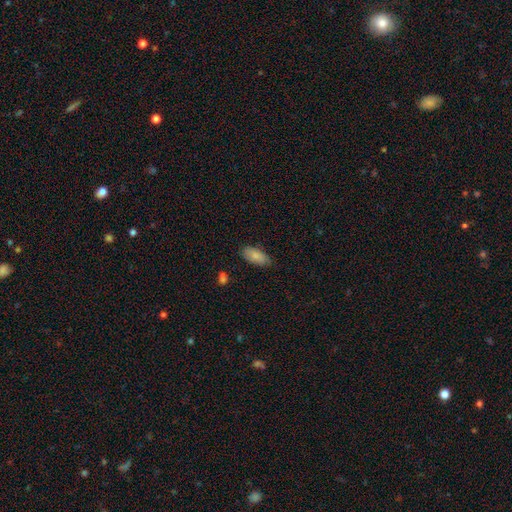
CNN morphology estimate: Smooth or featured? smooth (84%)
How rounded? in between (89%)
Merging? none (76%)